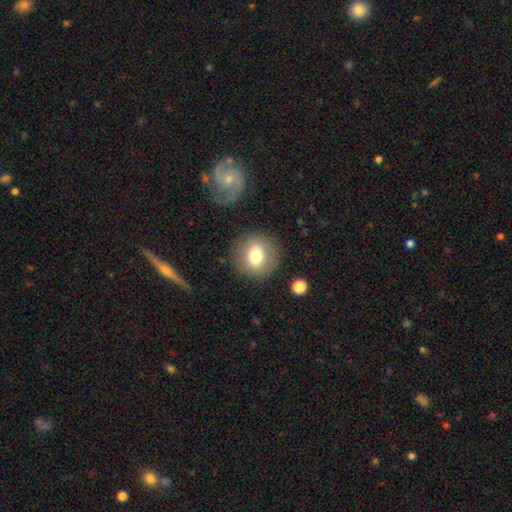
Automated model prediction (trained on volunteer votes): Smooth or featured? smooth (71%)
How rounded? round (87%)
Merging? none (85%)